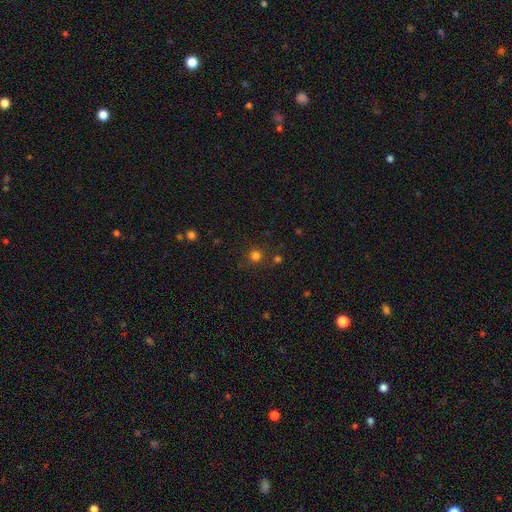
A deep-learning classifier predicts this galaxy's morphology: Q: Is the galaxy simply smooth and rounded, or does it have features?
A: smooth — 72%.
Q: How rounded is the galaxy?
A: round — 93%.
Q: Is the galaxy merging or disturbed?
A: none — 80%.